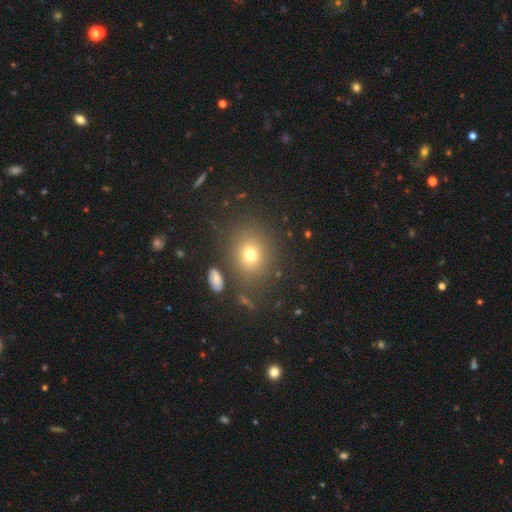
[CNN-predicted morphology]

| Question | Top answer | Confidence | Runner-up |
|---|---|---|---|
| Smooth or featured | smooth | 61% | star or artifact (27%) |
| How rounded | round | 66% | in between (33%) |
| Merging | none | 79% | minor disturbance (10%) |